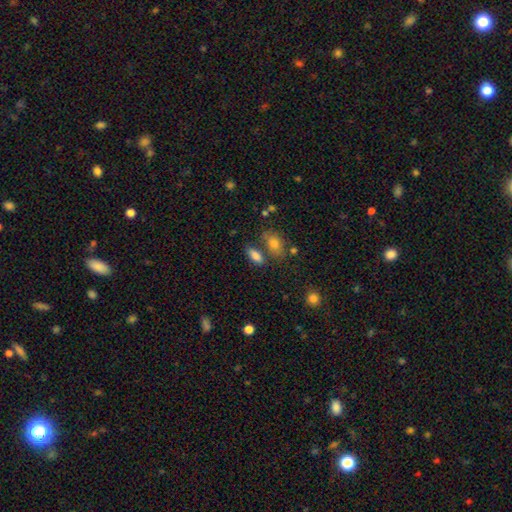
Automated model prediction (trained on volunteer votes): Overall: smooth (84%). How rounded: in between (86%). Merging: none (65%).